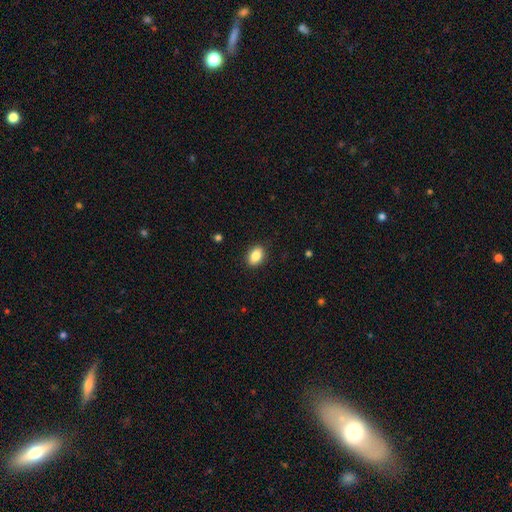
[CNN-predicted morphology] Smooth or featured?
  - smooth: 86% *
  - star or artifact: 8%
  - featured or disk: 6%
How rounded?
  - in between: 83% *
  - round: 16%
  - cigar-shaped: 1%
Merging?
  - none: 89% *
  - minor disturbance: 8%
  - major disturbance: 2%
  - merger: 1%